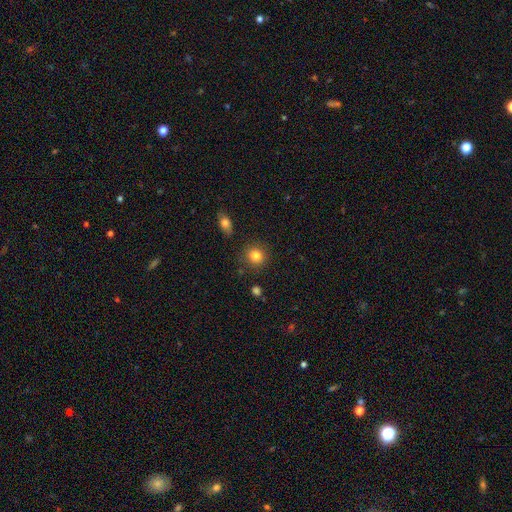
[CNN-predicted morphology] This is clearly a smooth galaxy (84%). How rounded: clearly round (86%). Merging: clearly none (86%).